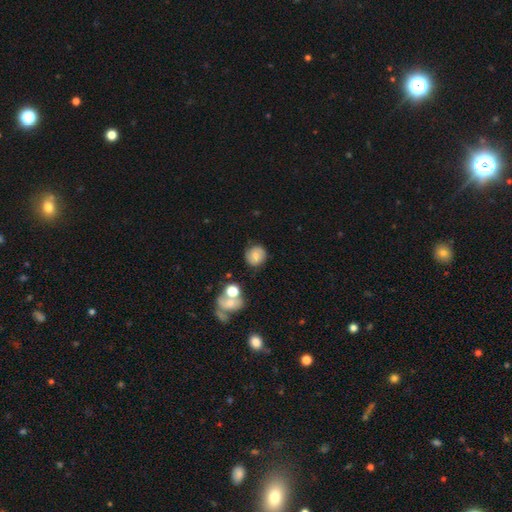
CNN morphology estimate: Q: Smooth or featured?
A: smooth (62%); runner-up: featured or disk (27%)
Q: How rounded?
A: round (83%); runner-up: in between (16%)
Q: Merging?
A: none (77%); runner-up: minor disturbance (14%)